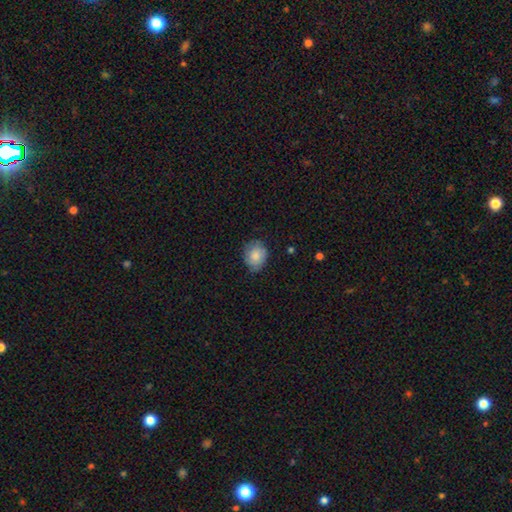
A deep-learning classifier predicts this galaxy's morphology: Smooth or featured?
  - smooth: 81% *
  - featured or disk: 12%
  - star or artifact: 7%
How rounded?
  - round: 63% *
  - in between: 37%
  - cigar-shaped: 1%
Merging?
  - none: 70% *
  - minor disturbance: 24%
  - major disturbance: 5%
  - merger: 1%